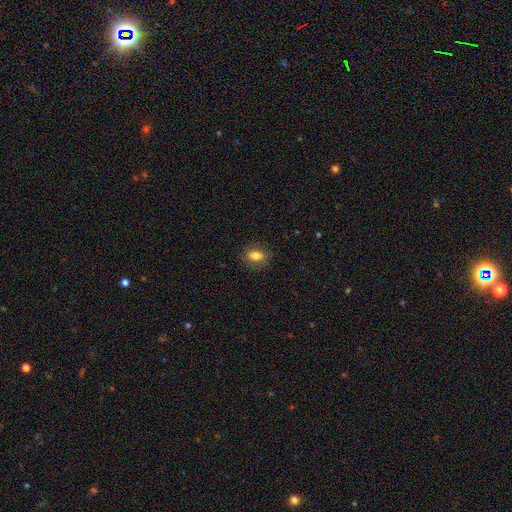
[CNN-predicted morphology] The model was most divided on "how rounded": in between: 81%, round: 14%, cigar-shaped: 4%. More confident: merging — none (82%); smooth or featured — smooth (81%).